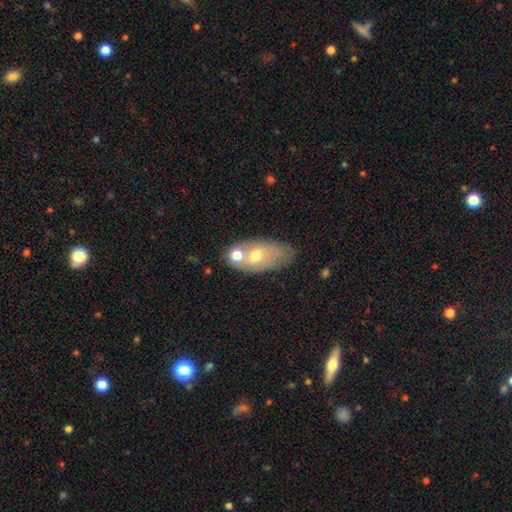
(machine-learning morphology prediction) smooth_or_featured: smooth (p=0.55) [alt: featured or disk p=0.37]
how_rounded: in between (p=0.88) [alt: round p=0.07]
merging: none (p=0.41) [alt: merger p=0.32]